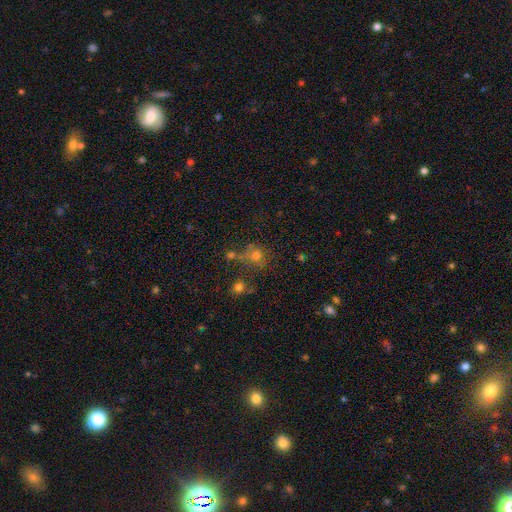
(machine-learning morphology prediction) Smooth or featured: smooth — 66% (star or artifact — 21%)
How rounded: round — 78% (in between — 21%)
Merging: none — 53% (merger — 21%)